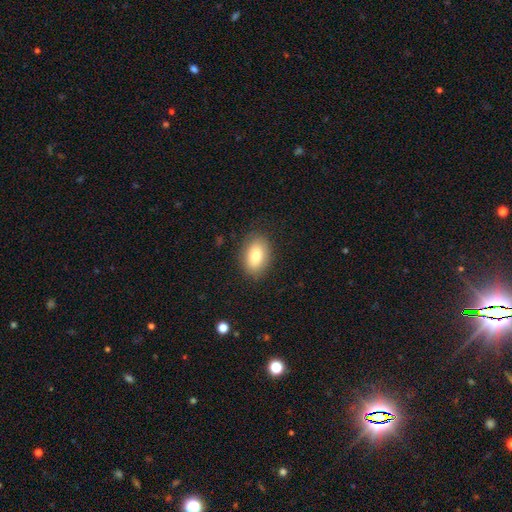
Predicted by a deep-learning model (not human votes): A smooth galaxy with no disk features (81%) that is in between round and cigar-shaped (86%).

Vote fractions:
- Smooth or featured? smooth: 81% / featured or disk: 12% / star or artifact: 8%
- How rounded? in between: 86% / round: 12% / cigar-shaped: 2%
- Merging? none: 86% / minor disturbance: 10% / major disturbance: 3% / merger: 1%